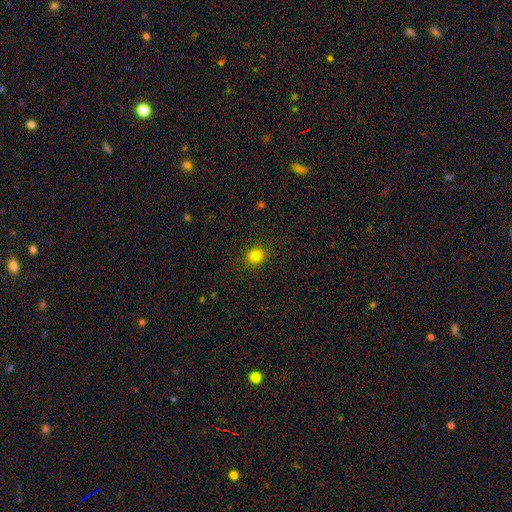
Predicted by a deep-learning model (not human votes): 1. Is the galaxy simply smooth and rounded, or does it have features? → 82% smooth, 13% star or artifact, 6% featured or disk.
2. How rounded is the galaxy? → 80% round, 19% in between, 1% cigar-shaped.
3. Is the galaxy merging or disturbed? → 90% none, 7% minor disturbance, 2% major disturbance, 1% merger.